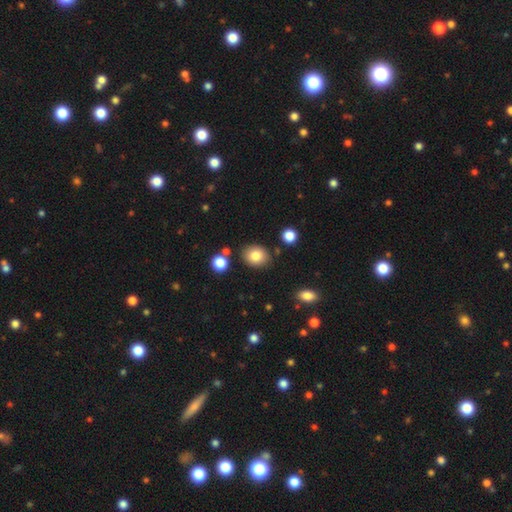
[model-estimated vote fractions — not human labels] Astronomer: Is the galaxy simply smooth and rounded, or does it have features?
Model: smooth — 81%.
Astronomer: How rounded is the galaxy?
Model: round — 55% (runner-up: in between, 44%).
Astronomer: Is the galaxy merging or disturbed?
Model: none — 82%.